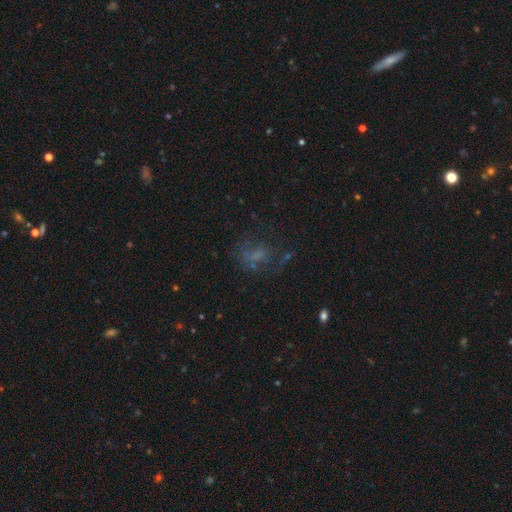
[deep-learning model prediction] Smooth or featured: smooth — 40% (featured or disk — 32%)
Merging: none — 49% (major disturbance — 28%)